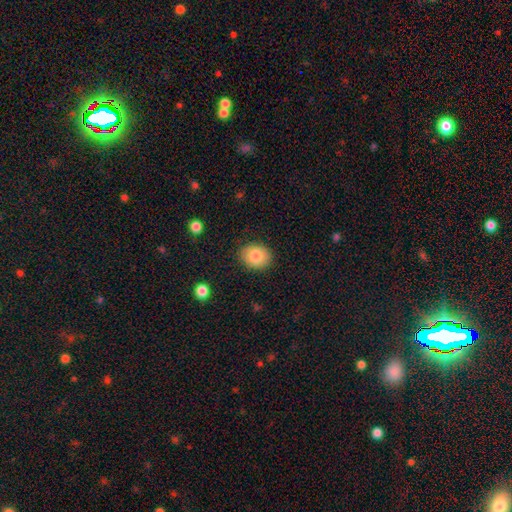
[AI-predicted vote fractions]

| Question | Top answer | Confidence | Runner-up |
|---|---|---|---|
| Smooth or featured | smooth | 83% | featured or disk (9%) |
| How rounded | in between | 50% | round (49%) |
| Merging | none | 87% | minor disturbance (10%) |